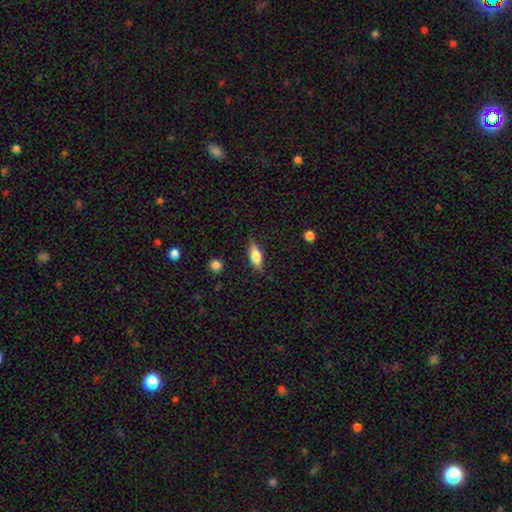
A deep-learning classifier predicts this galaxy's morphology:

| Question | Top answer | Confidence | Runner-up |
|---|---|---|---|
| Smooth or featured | smooth | 70% | featured or disk (23%) |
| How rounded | in between | 71% | cigar-shaped (25%) |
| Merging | none | 81% | minor disturbance (14%) |